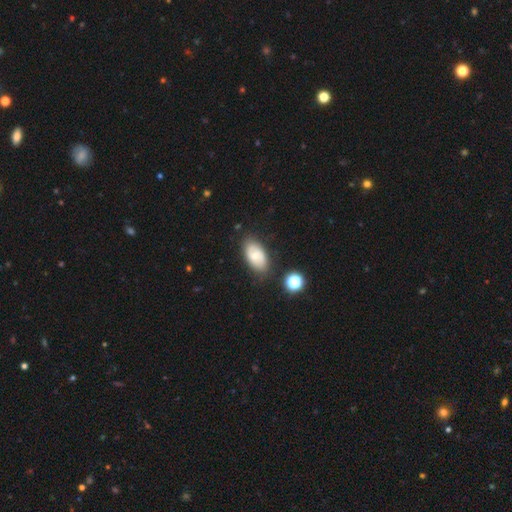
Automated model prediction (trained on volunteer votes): smooth_or_featured: smooth (p=0.56) [alt: featured or disk p=0.35]
how_rounded: in between (p=0.92) [alt: round p=0.05]
merging: none (p=0.77) [alt: minor disturbance p=0.16]